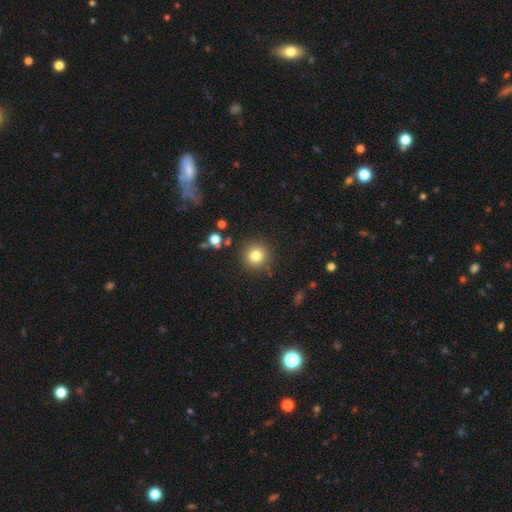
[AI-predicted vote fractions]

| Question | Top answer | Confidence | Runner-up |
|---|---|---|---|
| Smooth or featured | smooth | 80% | star or artifact (12%) |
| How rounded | round | 94% | in between (5%) |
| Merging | none | 87% | minor disturbance (7%) |